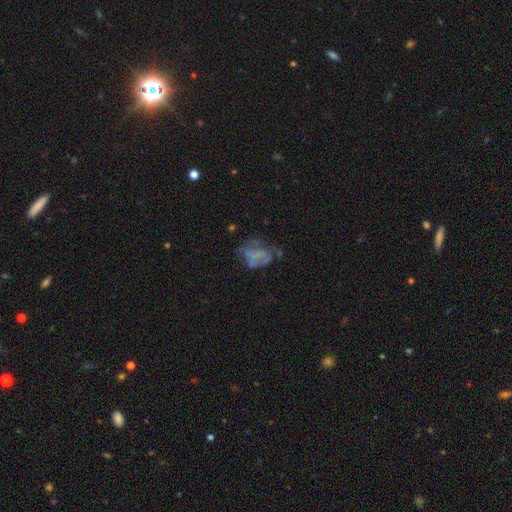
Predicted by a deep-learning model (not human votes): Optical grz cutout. It shows a featured or disk galaxy (52%) with no bar (78%), no spiral arms (75%) and no central bulge (75%). Merging: none (35%, tied with major disturbance).